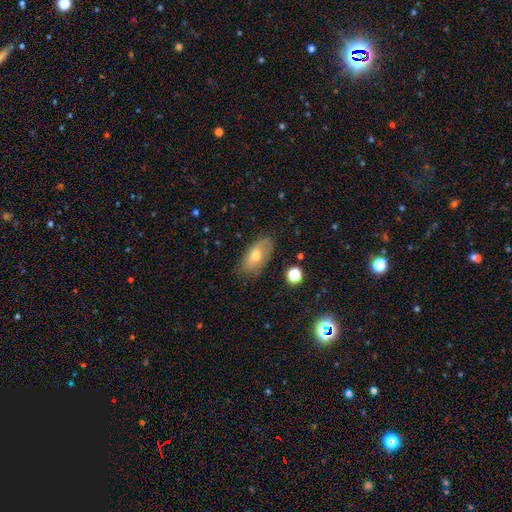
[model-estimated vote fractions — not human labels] Smooth or featured: smooth — 59% (featured or disk — 32%)
How rounded: in between — 89% (cigar-shaped — 6%)
Merging: none — 77% (minor disturbance — 17%)